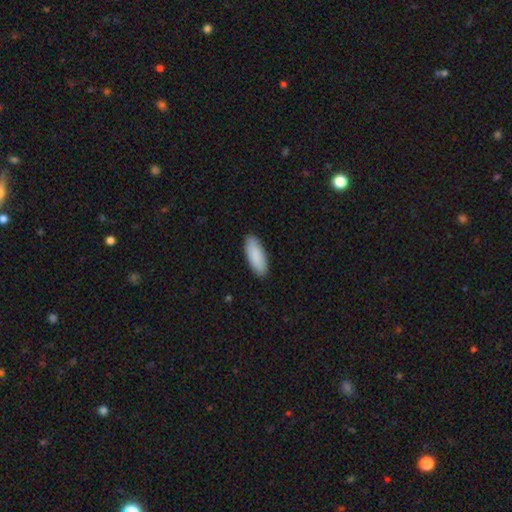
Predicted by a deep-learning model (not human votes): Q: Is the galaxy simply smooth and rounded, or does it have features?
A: smooth — 89%.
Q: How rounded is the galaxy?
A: in between — 74%.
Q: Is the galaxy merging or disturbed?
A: none — 90%.